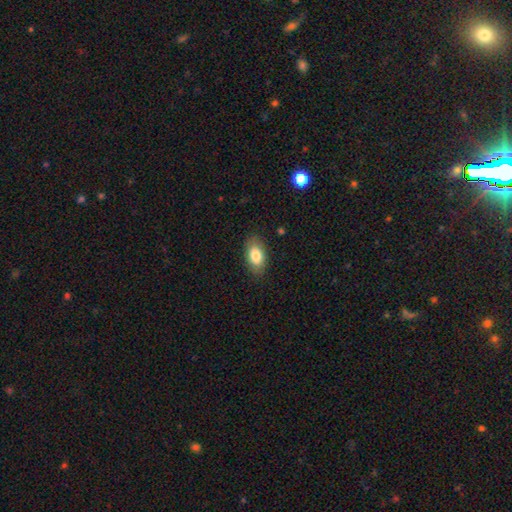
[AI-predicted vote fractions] The model was most divided on "smooth or featured": smooth: 82%, featured or disk: 11%, star or artifact: 7%. More confident: how rounded — in between (91%); merging — none (85%).